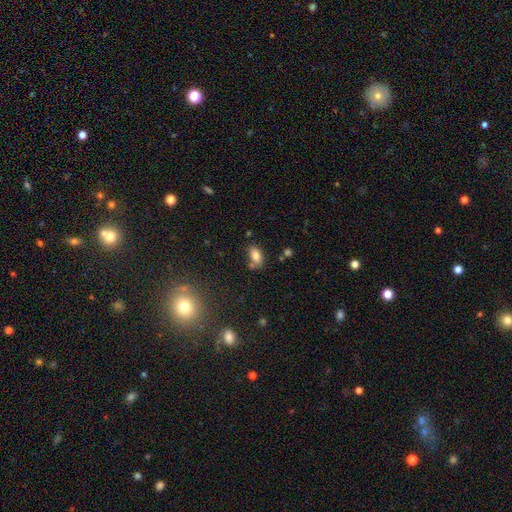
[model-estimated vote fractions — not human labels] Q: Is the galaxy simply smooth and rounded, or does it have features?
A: smooth — 81%.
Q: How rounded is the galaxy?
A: in between — 90%.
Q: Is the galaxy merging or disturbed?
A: none — 65%.